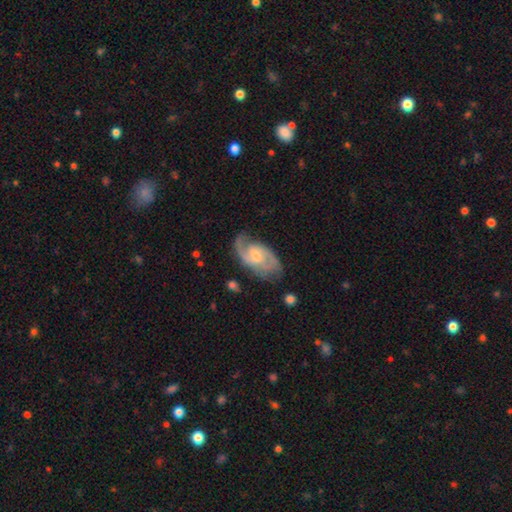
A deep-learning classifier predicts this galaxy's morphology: type=featured or disk (85%); edge-on=no (96%); bar=weak (47%); spiral arms=yes (96%); winding=medium (52%); arm count=2 (78%); bulge=small (52%); merging=none (69%).